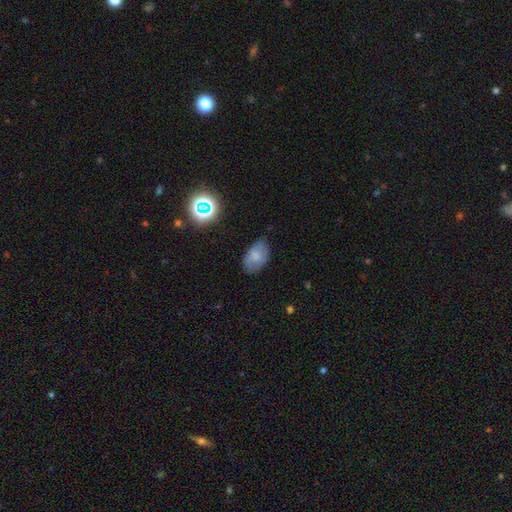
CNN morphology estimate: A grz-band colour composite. It shows a smooth galaxy with no disk features (71%) that is in between round and cigar-shaped (88%). Merging: none (69%).